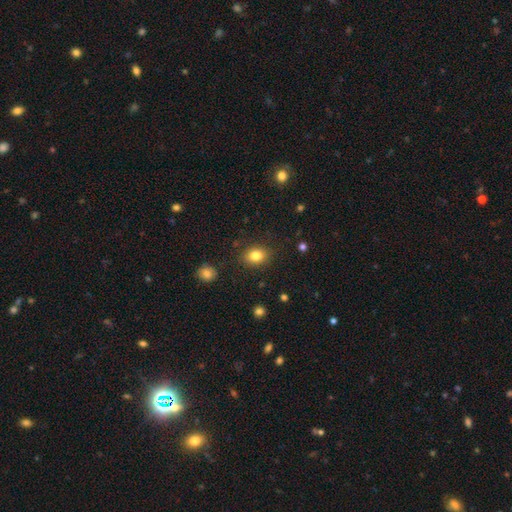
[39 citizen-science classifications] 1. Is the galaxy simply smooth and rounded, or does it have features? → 95% smooth, 5% featured or disk, 0% star or artifact.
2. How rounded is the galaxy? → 70% in between, 30% round, 0% cigar-shaped.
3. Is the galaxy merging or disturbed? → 92% none, 5% minor disturbance, 3% major disturbance, 0% merger.